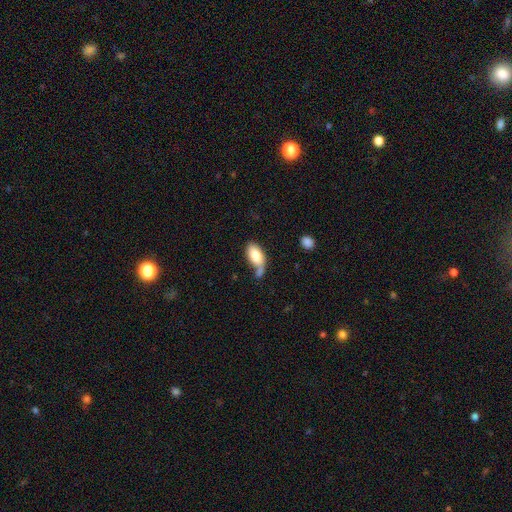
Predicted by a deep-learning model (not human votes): The model was most divided on "merging": none: 39%, merger: 28%, minor disturbance: 21%, major disturbance: 12%. More confident: how rounded — in between (92%); smooth or featured — smooth (79%).